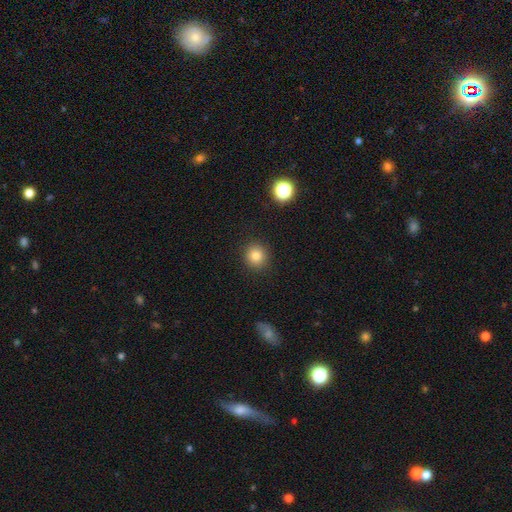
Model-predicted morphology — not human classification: A smooth galaxy with no disk features (83%) that is round (89%). Merging: none (91%).